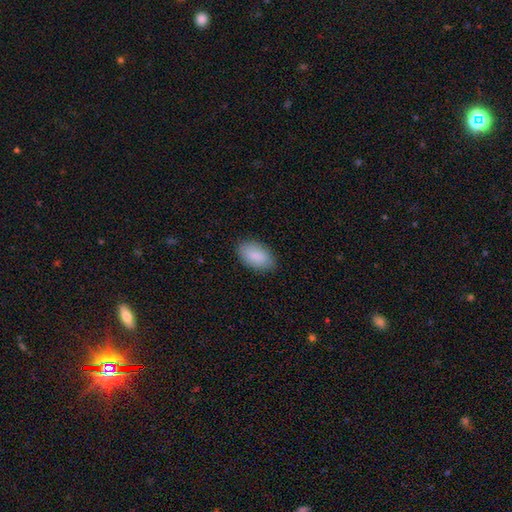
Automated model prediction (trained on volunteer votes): Smooth or featured: smooth — 87% (featured or disk — 7%)
How rounded: in between — 93% (round — 5%)
Merging: none — 85% (minor disturbance — 12%)